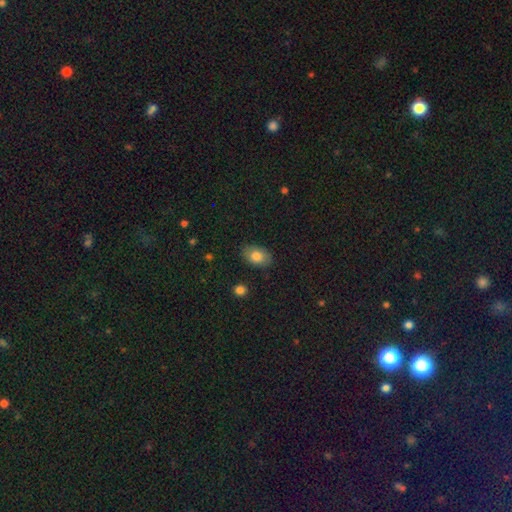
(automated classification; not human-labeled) This is likely a smooth galaxy (80%). How rounded: clearly in between (84%). Merging: clearly none (84%).